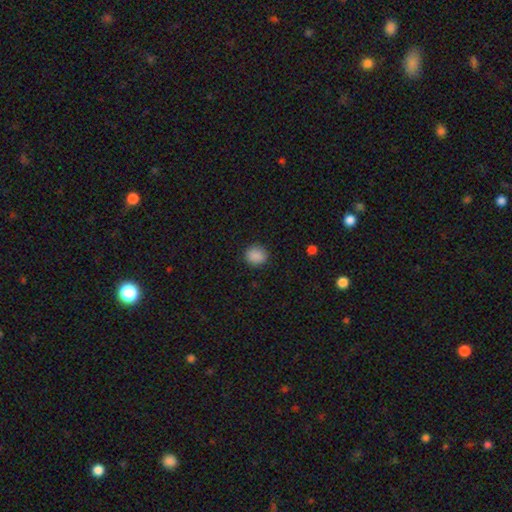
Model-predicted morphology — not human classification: Overall: smooth (88%). How rounded: round (83%). Merging: none (89%).